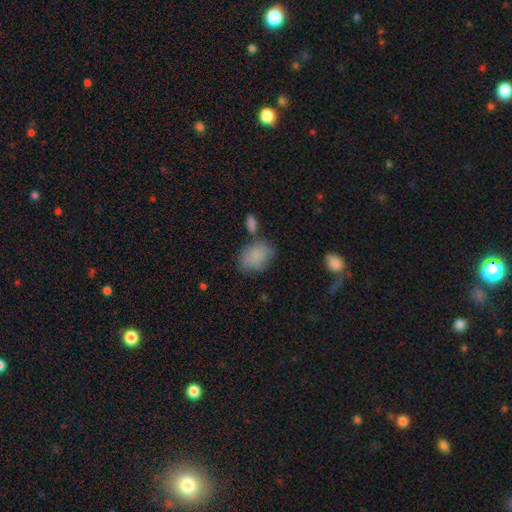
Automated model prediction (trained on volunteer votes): This appears to be a smooth galaxy with no disk features (83%) that is in between round and cigar-shaped (76%). Merging: none (58%).